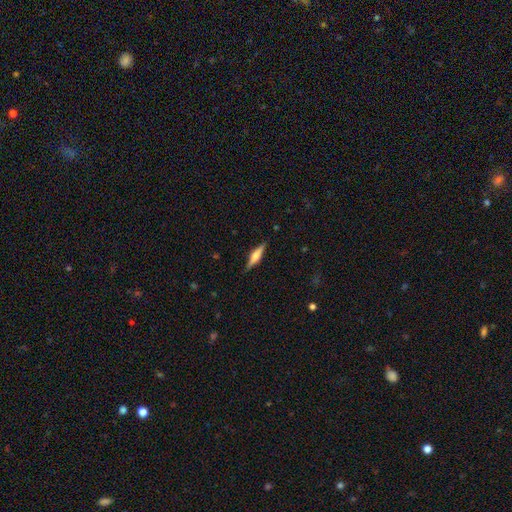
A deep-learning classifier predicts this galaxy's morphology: A featured or disk galaxy (58%) viewed edge-on (96%) with a rounded central bulge (79%). Merging: none (88%).